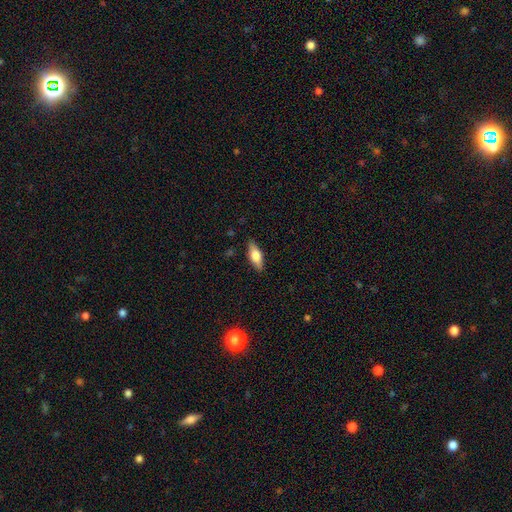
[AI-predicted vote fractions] Smooth or featured? Predicted: smooth (p=0.67). How rounded? Predicted: in between (p=0.74). Merging? Predicted: none (p=0.87).